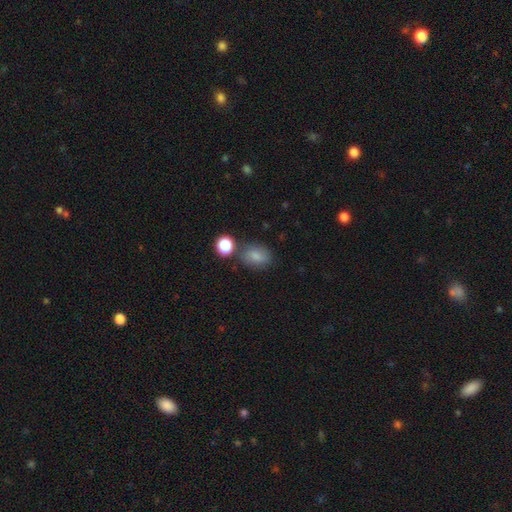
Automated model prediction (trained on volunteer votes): smooth-or-featured: smooth: 80% | star or artifact: 11% | featured or disk: 8%
  how-rounded: in between: 67% | round: 31% | cigar-shaped: 2%
  merging: none: 69% | minor disturbance: 17% | merger: 9% | major disturbance: 5%